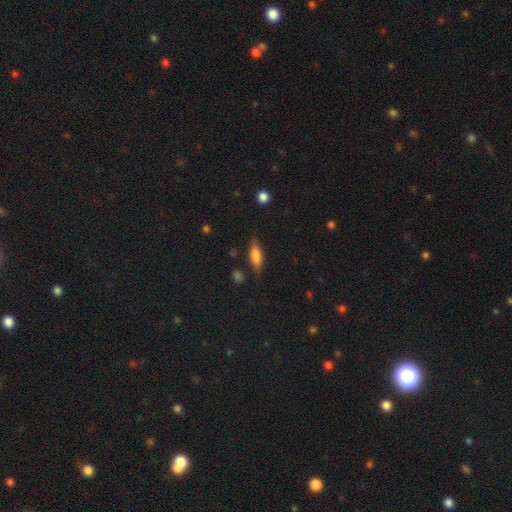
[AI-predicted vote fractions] smooth_or_featured: smooth (p=0.64) [alt: featured or disk p=0.28]
how_rounded: in between (p=0.60) [alt: cigar-shaped p=0.36]
merging: none (p=0.74) [alt: minor disturbance p=0.19]